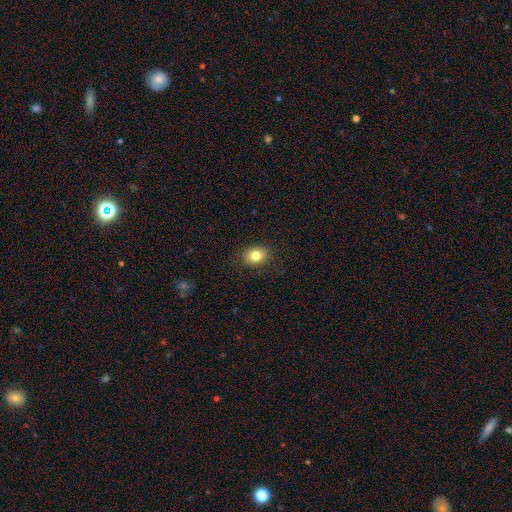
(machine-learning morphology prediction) This is clearly a smooth galaxy (82%). How rounded: possibly in between (53%). Merging: clearly none (87%).